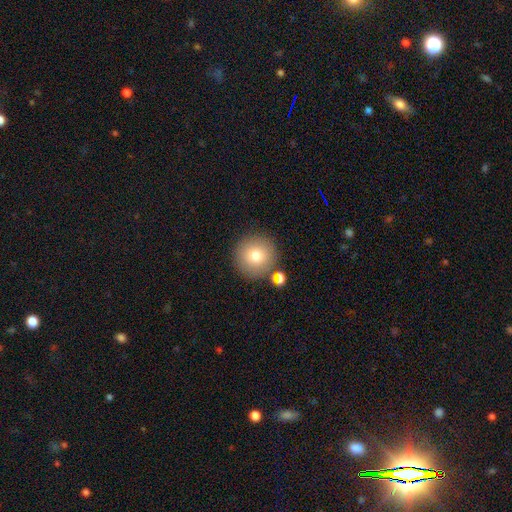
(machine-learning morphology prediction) This appears to be a smooth galaxy with no disk features (78%) that is round (95%). Merging: none (82%).